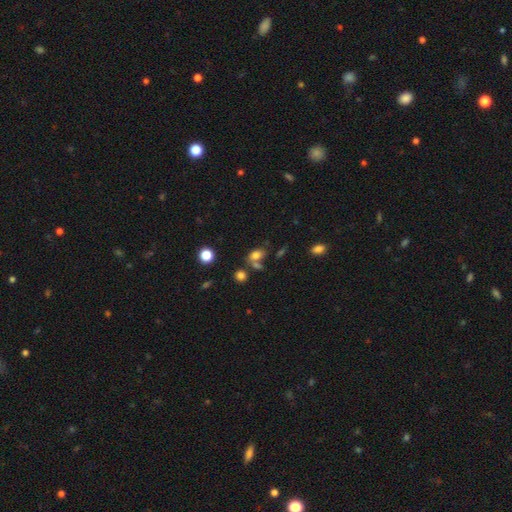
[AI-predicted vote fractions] Q: Smooth or featured?
A: smooth (73%); runner-up: star or artifact (15%)
Q: How rounded?
A: in between (77%); runner-up: round (20%)
Q: Merging?
A: none (48%); runner-up: merger (29%)